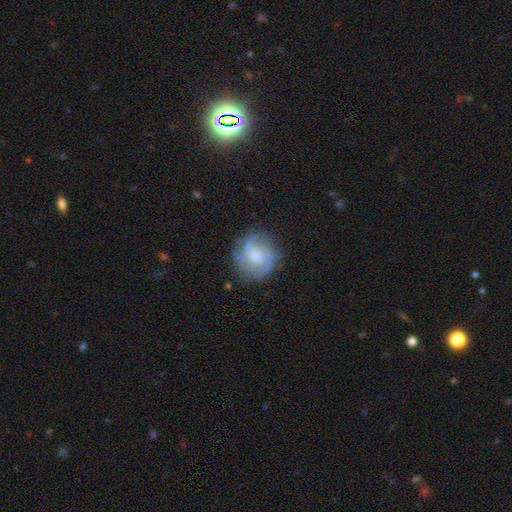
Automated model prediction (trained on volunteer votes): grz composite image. It shows a featured or disk galaxy (46%, tied with smooth). Merging: none (67%).